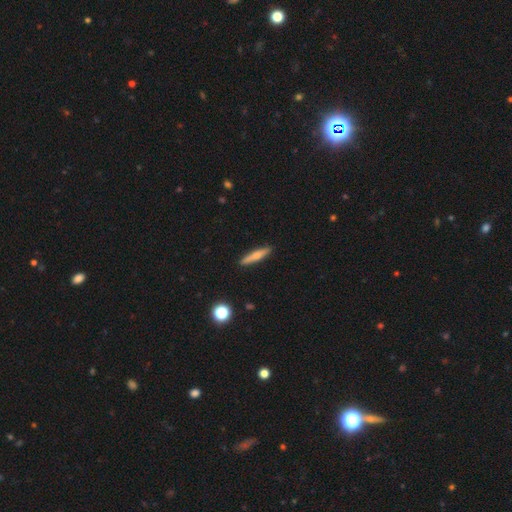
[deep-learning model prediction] A smooth galaxy with no disk features (62%) that is cigar-shaped (89%).

Vote fractions:
- Smooth or featured? smooth: 62% / featured or disk: 31% / star or artifact: 7%
- How rounded? cigar-shaped: 89% / in between: 9% / round: 2%
- Merging? none: 90% / minor disturbance: 7% / major disturbance: 2% / merger: 1%